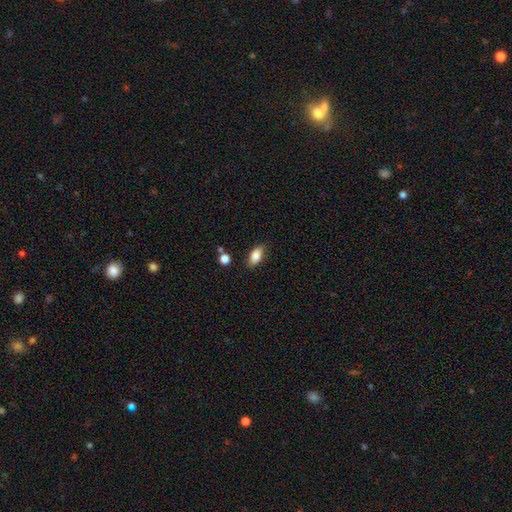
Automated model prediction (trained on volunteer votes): smooth-or-featured: smooth: 83% | featured or disk: 10% | star or artifact: 8%
  how-rounded: in between: 89% | round: 6% | cigar-shaped: 5%
  merging: none: 81% | minor disturbance: 13% | merger: 3% | major disturbance: 3%